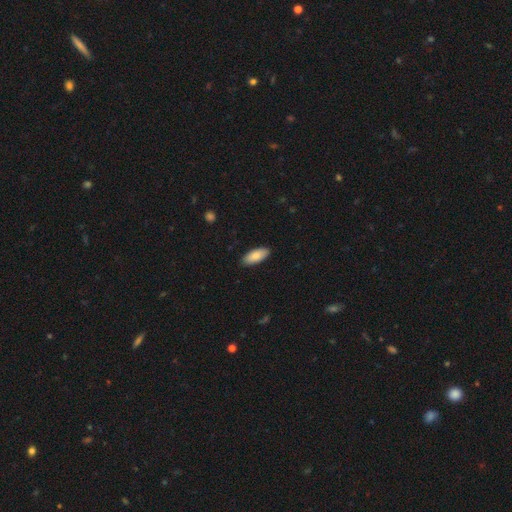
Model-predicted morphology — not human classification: This is clearly a smooth galaxy (86%). How rounded: clearly in between (85%). Merging: clearly none (89%).